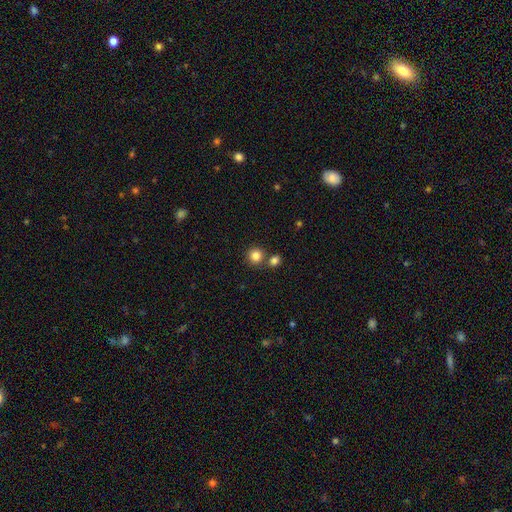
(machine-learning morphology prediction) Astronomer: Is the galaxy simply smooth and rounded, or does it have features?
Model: smooth — 84%.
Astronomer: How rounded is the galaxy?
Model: round — 89%.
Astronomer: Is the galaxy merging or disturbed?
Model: none — 68%.